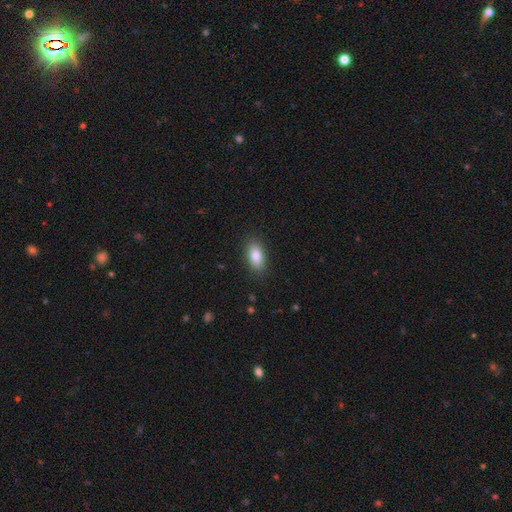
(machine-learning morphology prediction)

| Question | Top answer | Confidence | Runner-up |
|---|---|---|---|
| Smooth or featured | smooth | 85% | featured or disk (8%) |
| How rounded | in between | 90% | cigar-shaped (6%) |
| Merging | none | 87% | minor disturbance (9%) |